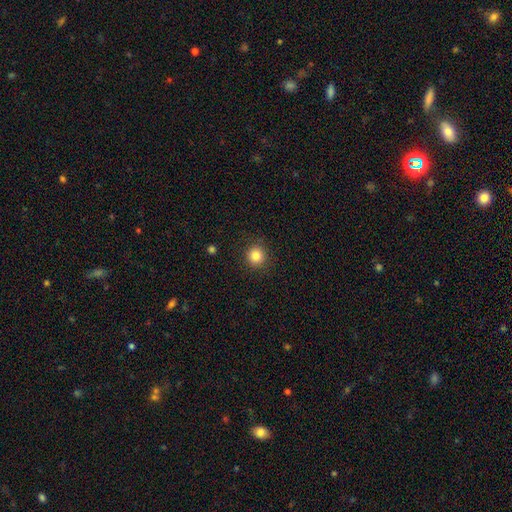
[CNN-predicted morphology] A smooth galaxy with no disk features (83%) that is round (92%).

Vote fractions:
- Smooth or featured? smooth: 83% / star or artifact: 11% / featured or disk: 5%
- How rounded? round: 92% / in between: 7% / cigar-shaped: 1%
- Merging? none: 90% / minor disturbance: 7% / major disturbance: 2% / merger: 1%